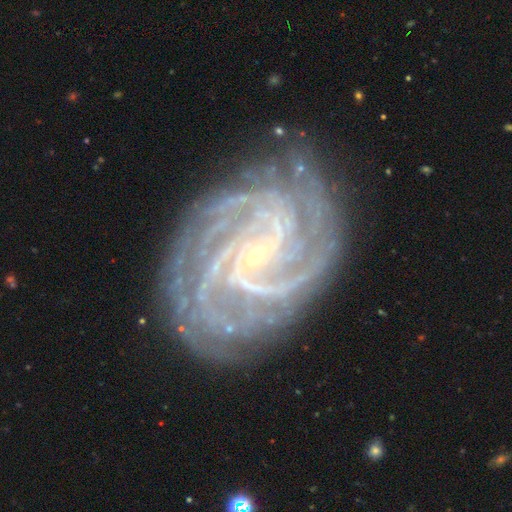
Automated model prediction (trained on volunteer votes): Smooth or featured? Predicted: featured or disk (p=0.92). Edge-on disk? Predicted: no (p=0.98). Bar? Predicted: no (p=0.41). Spiral arms? Predicted: yes (p=0.99). Spiral winding? Predicted: tight (p=0.74). Spiral arm count? Predicted: 4 (p=0.28). Bulge size? Predicted: small (p=0.89). Merging? Predicted: none (p=0.80).